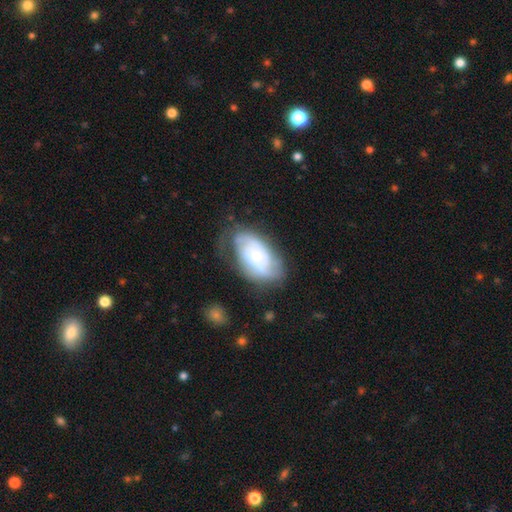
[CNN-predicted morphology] The model was most divided on "spiral arm count": can't tell: 41%, 2: 39%, 3: 9%, 1: 5%, 4: 3%, more than 4: 2%. More confident: edge-on disk — no (95%); spiral arms — yes (80%); bar — no (74%); bulge size — small (69%); smooth or featured — featured or disk (68%); merging — none (55%); spiral winding — tight (51%).